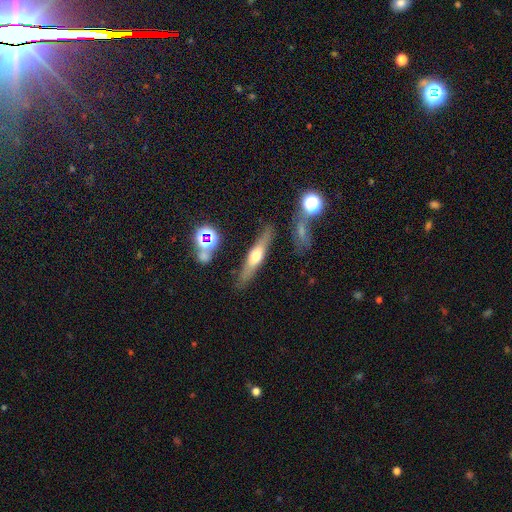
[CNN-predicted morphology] type=featured or disk (58%); edge-on=yes (92%); edge-on bulge=rounded (90%); merging=none (84%).